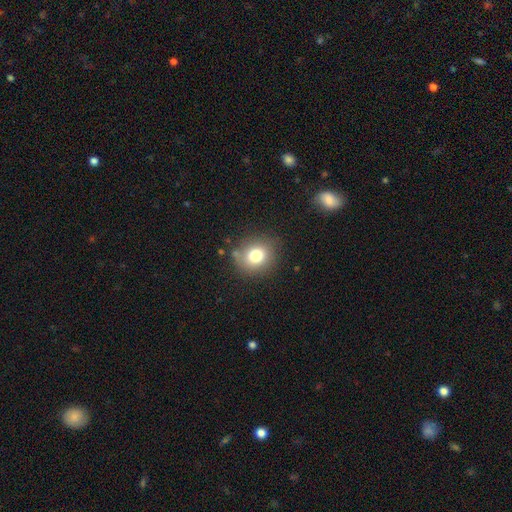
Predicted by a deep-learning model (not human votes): Overall: smooth (77%). How rounded: round (77%). Merging: none (80%).